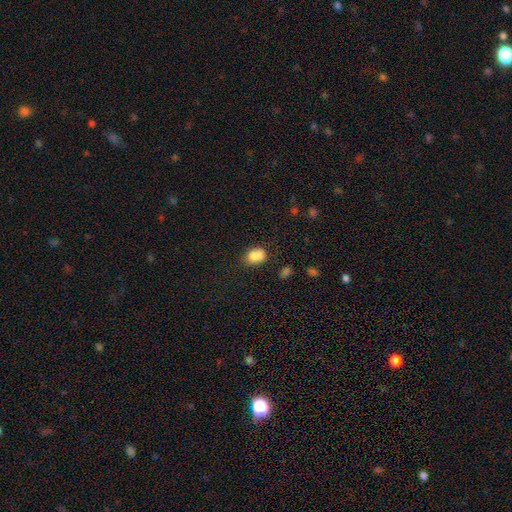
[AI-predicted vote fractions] A smooth galaxy with no disk features (79%) that is in between round and cigar-shaped (58%).

Vote fractions:
- Smooth or featured? smooth: 79% / star or artifact: 11% / featured or disk: 10%
- How rounded? in between: 58% / round: 40% / cigar-shaped: 1%
- Merging? none: 47% / merger: 27% / minor disturbance: 20% / major disturbance: 6%